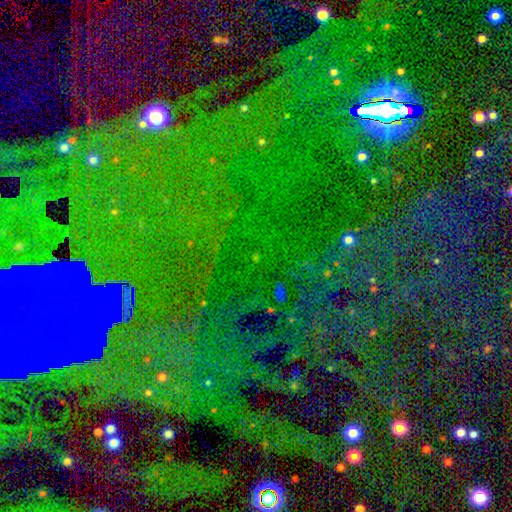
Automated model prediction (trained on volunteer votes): smooth-or-featured: star or artifact: 77% | smooth: 12% | featured or disk: 11%